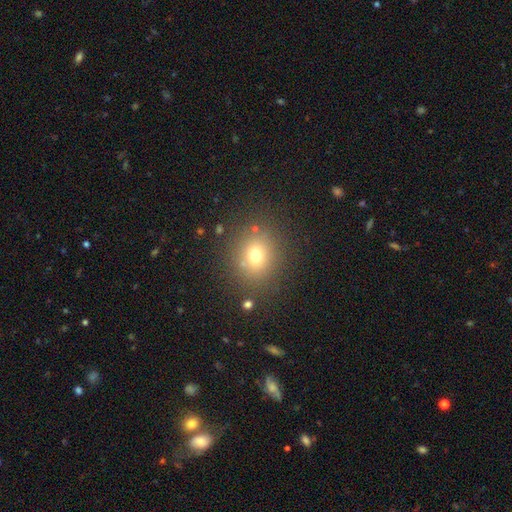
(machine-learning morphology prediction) Smooth or featured? Predicted: smooth (p=0.72). How rounded? Predicted: round (p=0.69). Merging? Predicted: none (p=0.83).